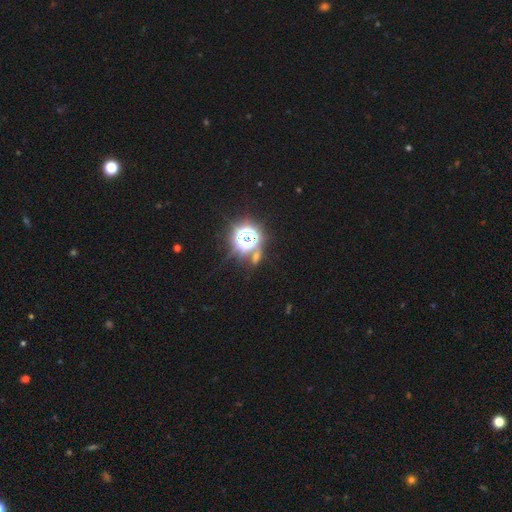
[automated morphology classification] smooth_or_featured: star or artifact (p=0.62) [alt: smooth p=0.27]